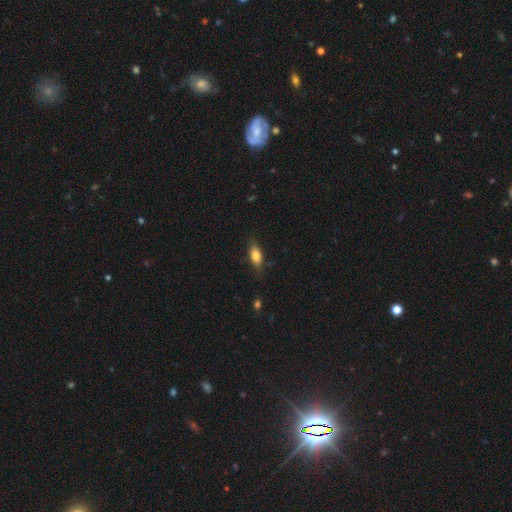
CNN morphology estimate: smooth 71%, featured or disk 22%, star or artifact 7%. Down the decision tree: how rounded — in between (74%); merging — none (77%).